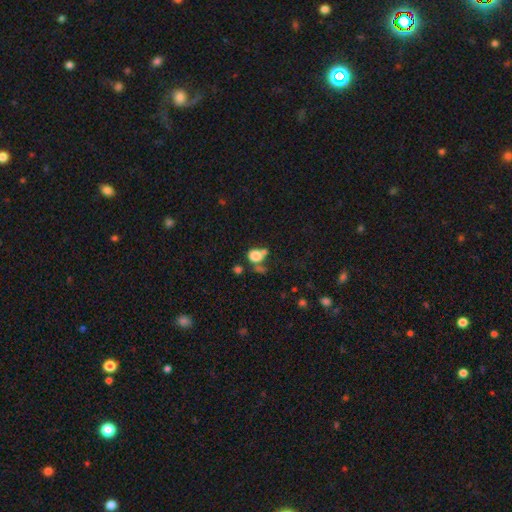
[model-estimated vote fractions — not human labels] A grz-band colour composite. It shows a smooth galaxy with no disk features (79%) that is round (72%). Merging: none (42%).